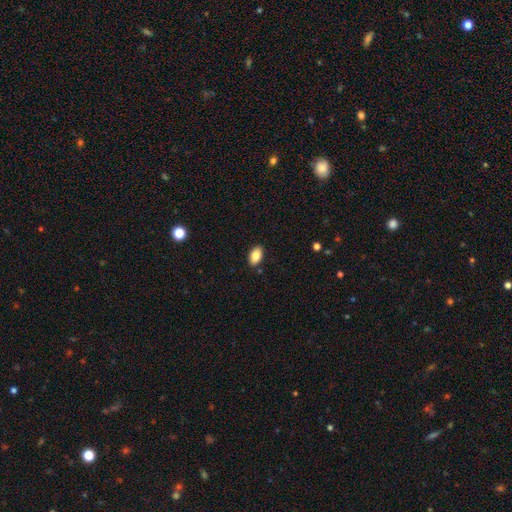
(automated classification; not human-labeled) Smooth or featured: smooth — 85% (star or artifact — 8%)
How rounded: in between — 92% (round — 6%)
Merging: none — 89% (minor disturbance — 8%)